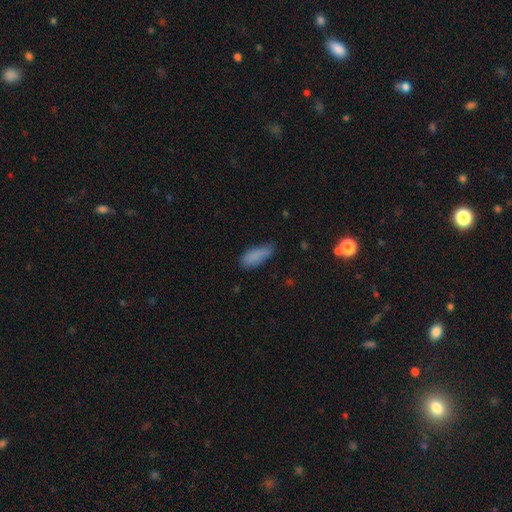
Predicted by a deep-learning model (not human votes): Smooth or featured?
  - smooth: 85% *
  - star or artifact: 8%
  - featured or disk: 7%
How rounded?
  - in between: 70% *
  - cigar-shaped: 28%
  - round: 2%
Merging?
  - none: 64% *
  - minor disturbance: 28%
  - major disturbance: 6%
  - merger: 2%